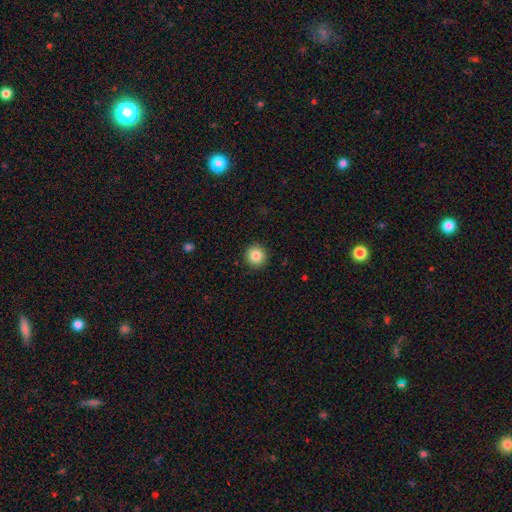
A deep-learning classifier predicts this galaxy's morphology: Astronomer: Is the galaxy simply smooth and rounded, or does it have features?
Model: smooth — 85%.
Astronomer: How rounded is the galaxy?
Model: round — 94%.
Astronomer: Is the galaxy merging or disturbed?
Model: none — 92%.